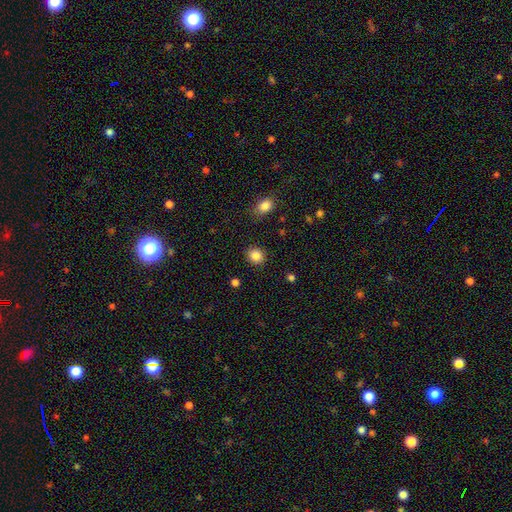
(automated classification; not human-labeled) smooth-or-featured: smooth: 86% | star or artifact: 10% | featured or disk: 4%
  how-rounded: round: 78% | in between: 21% | cigar-shaped: 1%
  merging: none: 89% | minor disturbance: 7% | major disturbance: 2% | merger: 1%